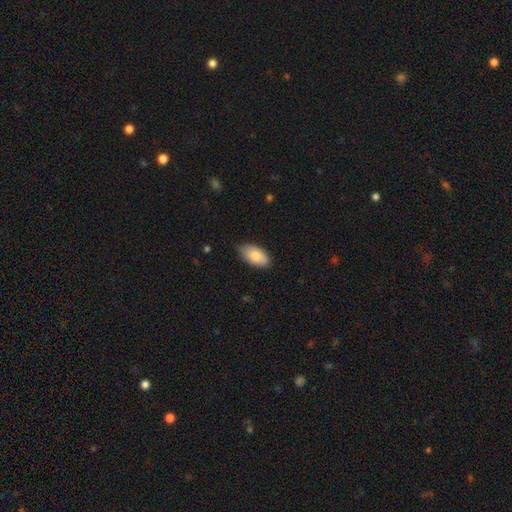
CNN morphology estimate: Smooth or featured? smooth (80%)
How rounded? in between (94%)
Merging? none (78%)